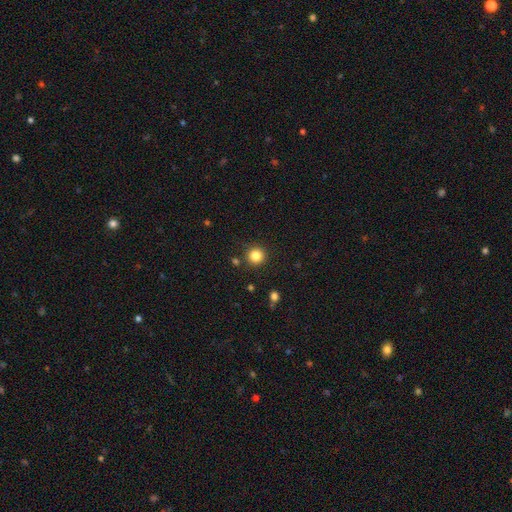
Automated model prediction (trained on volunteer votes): Smooth or featured?
  - smooth: 84% *
  - star or artifact: 12%
  - featured or disk: 5%
How rounded?
  - round: 94% *
  - in between: 5%
  - cigar-shaped: 1%
Merging?
  - none: 89% *
  - minor disturbance: 6%
  - merger: 3%
  - major disturbance: 2%